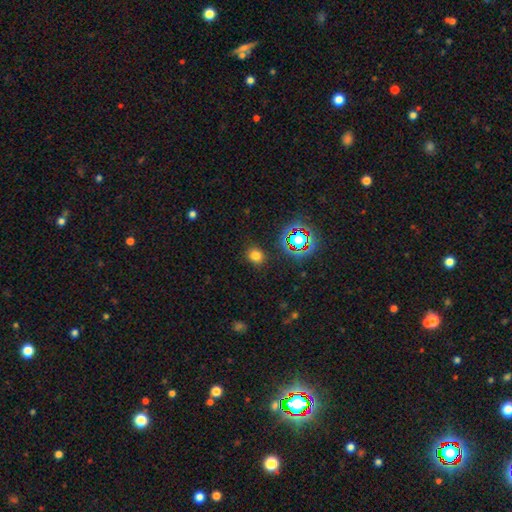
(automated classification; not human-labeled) smooth 73%, star or artifact 20%, featured or disk 6%. Down the decision tree: how rounded — round (77%); merging — none (88%).